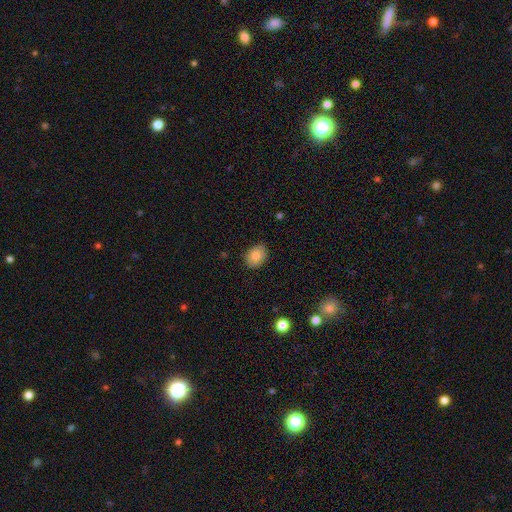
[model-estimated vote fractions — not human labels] Smooth or featured? Predicted: smooth (p=0.83). How rounded? Predicted: in between (p=0.64). Merging? Predicted: none (p=0.85).